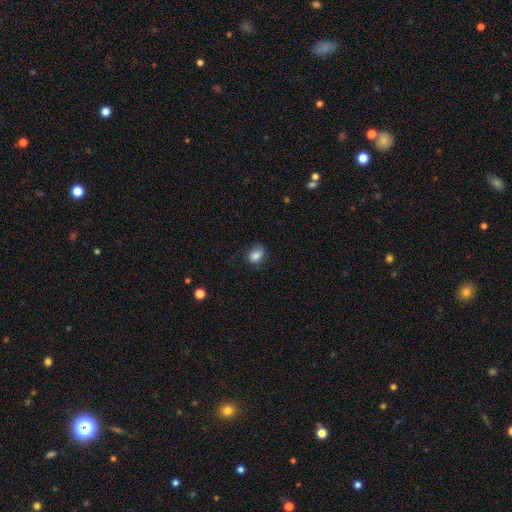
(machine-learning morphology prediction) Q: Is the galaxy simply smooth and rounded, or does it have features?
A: smooth — 83%.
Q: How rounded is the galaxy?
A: in between — 74%.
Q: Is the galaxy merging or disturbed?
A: none — 65%.